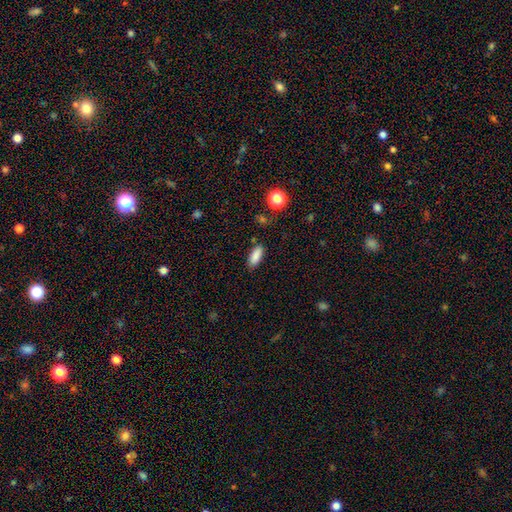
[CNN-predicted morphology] smooth_or_featured: smooth (p=0.87) [alt: star or artifact p=0.08]
how_rounded: in between (p=0.79) [alt: cigar-shaped p=0.19]
merging: none (p=0.84) [alt: minor disturbance p=0.11]